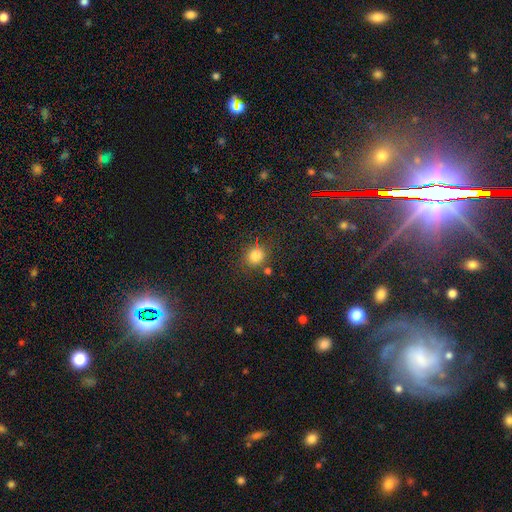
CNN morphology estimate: Overall: smooth (81%). How rounded: round (75%). Merging: none (79%).